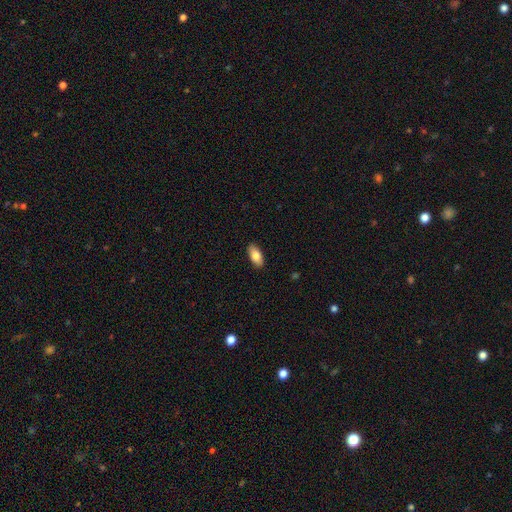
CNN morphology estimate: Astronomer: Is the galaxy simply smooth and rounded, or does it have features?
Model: smooth — 82%.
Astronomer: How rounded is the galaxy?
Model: in between — 90%.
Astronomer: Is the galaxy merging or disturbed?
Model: none — 90%.